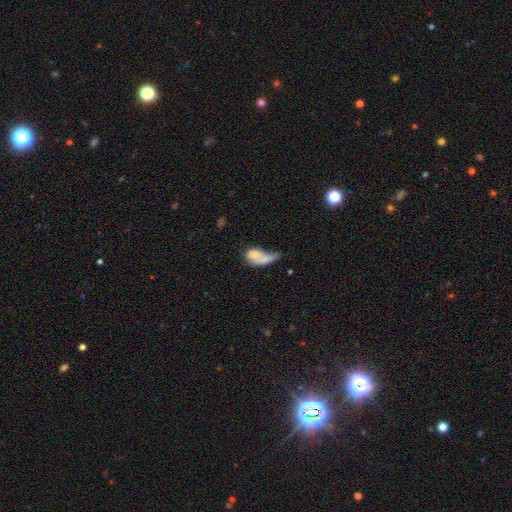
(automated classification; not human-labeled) Smooth or featured? smooth (62%)
How rounded? in between (79%)
Merging? merger (35%)